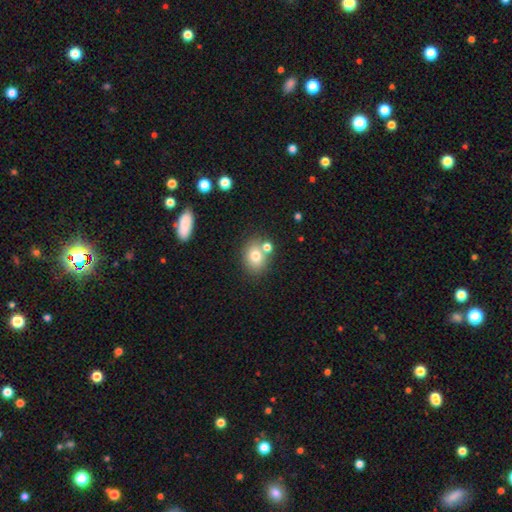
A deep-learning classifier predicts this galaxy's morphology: Smooth or featured? Predicted: smooth (p=0.76). How rounded? Predicted: in between (p=0.54). Merging? Predicted: none (p=0.63).